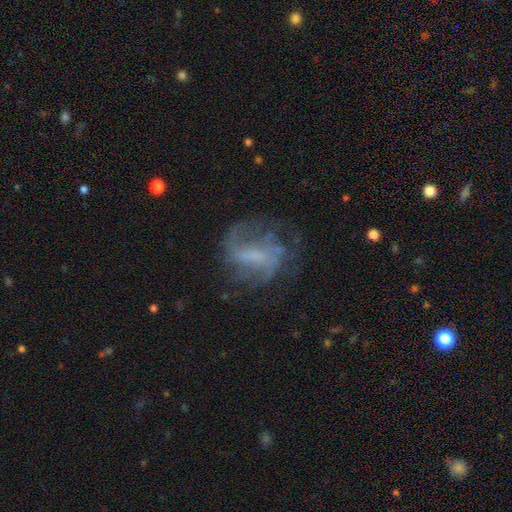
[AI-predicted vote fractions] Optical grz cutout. It shows a featured or disk galaxy (72%) with a weak bar (44%), 2 (43%) medium (40%) spiral arms (82%) and no central bulge (46%). Merging: none (58%).